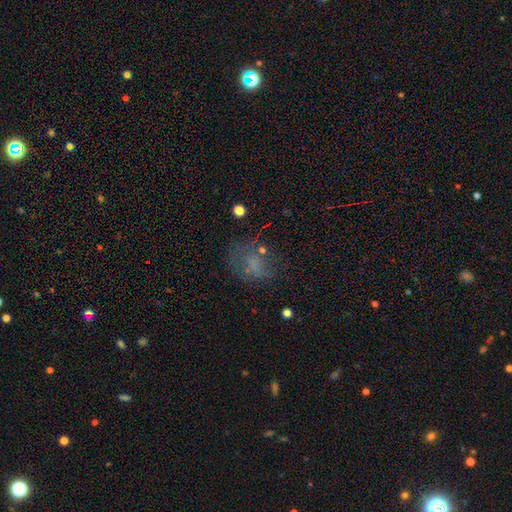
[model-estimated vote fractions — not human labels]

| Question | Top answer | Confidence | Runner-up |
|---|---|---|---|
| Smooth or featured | smooth | 50% | featured or disk (28%) |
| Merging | none | 48% | major disturbance (26%) |